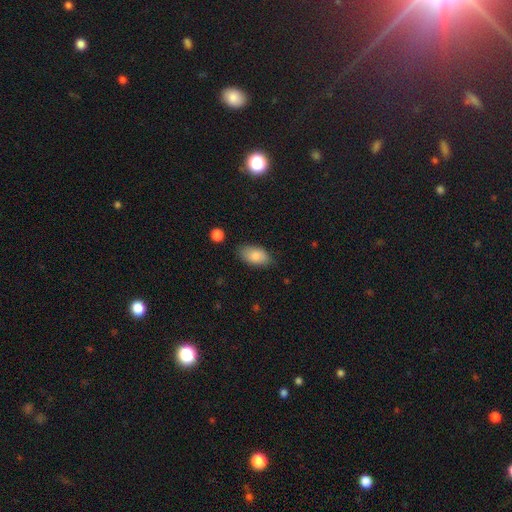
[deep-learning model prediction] Smooth or featured? smooth (84%)
How rounded? in between (93%)
Merging? none (78%)